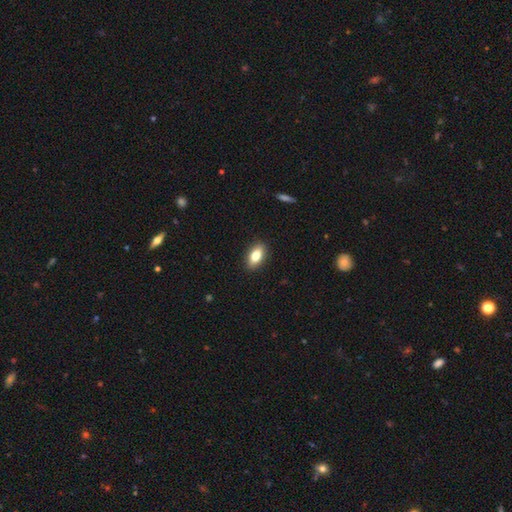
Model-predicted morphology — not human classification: smooth_or_featured: smooth (p=0.79) [alt: featured or disk p=0.14]
how_rounded: in between (p=0.87) [alt: cigar-shaped p=0.07]
merging: none (p=0.89) [alt: minor disturbance p=0.08]